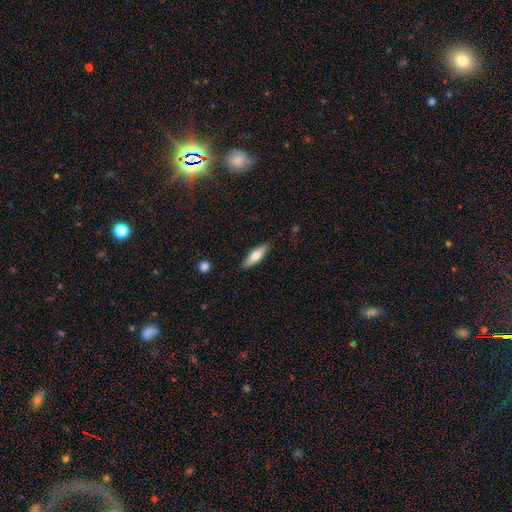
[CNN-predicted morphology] Smooth or featured? smooth (66%)
How rounded? cigar-shaped (61%)
Merging? none (87%)